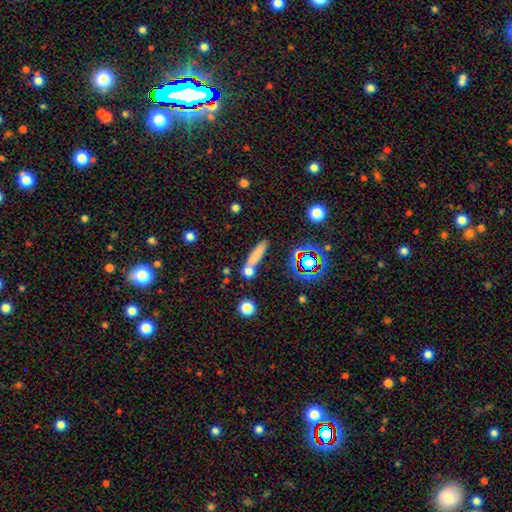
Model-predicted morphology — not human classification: Q: Smooth or featured?
A: smooth (69%); runner-up: featured or disk (16%)
Q: How rounded?
A: cigar-shaped (78%); runner-up: in between (16%)
Q: Merging?
A: none (65%); runner-up: merger (18%)